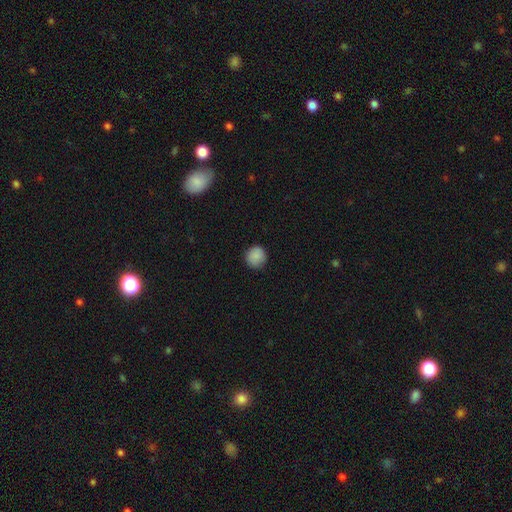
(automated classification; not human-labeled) This appears to be a smooth galaxy with no disk features (88%) that is round (93%). Merging: none (88%).